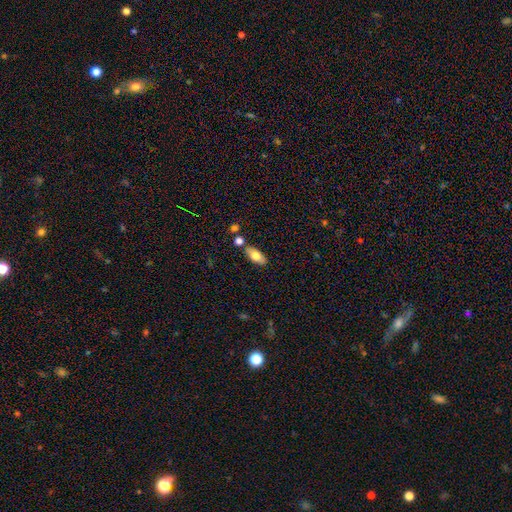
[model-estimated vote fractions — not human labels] This appears to be a smooth galaxy with no disk features (72%) that is in between round and cigar-shaped (84%). Merging: none (77%).